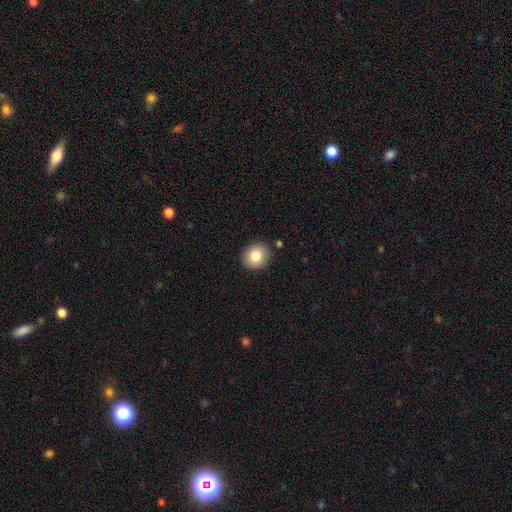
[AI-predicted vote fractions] Smooth or featured: smooth — 82% (star or artifact — 9%)
How rounded: round — 79% (in between — 20%)
Merging: none — 89% (minor disturbance — 7%)